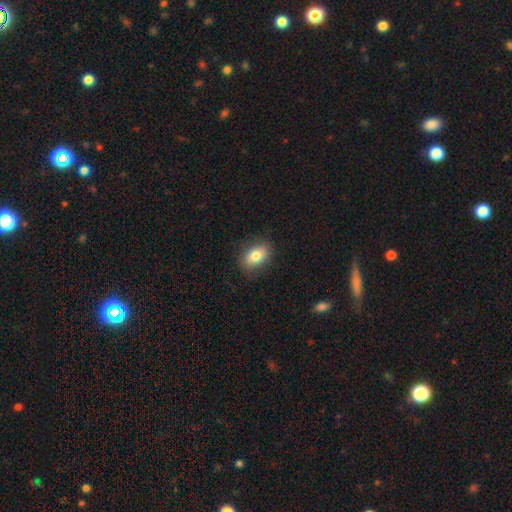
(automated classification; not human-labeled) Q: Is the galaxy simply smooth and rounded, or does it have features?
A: smooth — 79%.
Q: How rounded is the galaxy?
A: in between — 86%.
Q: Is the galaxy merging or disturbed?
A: none — 84%.